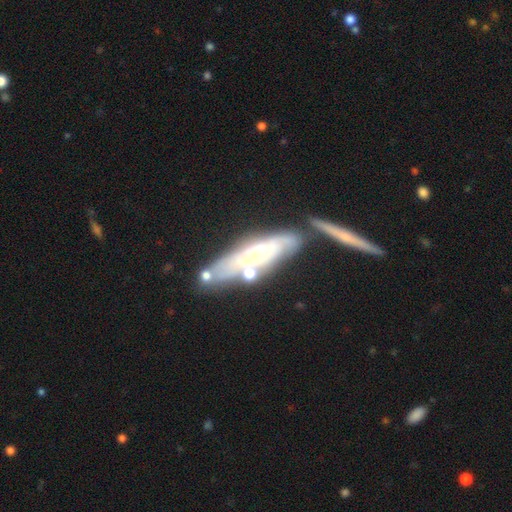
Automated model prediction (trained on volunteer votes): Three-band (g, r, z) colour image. It shows a featured or disk galaxy (64%). Merging: none (57%).